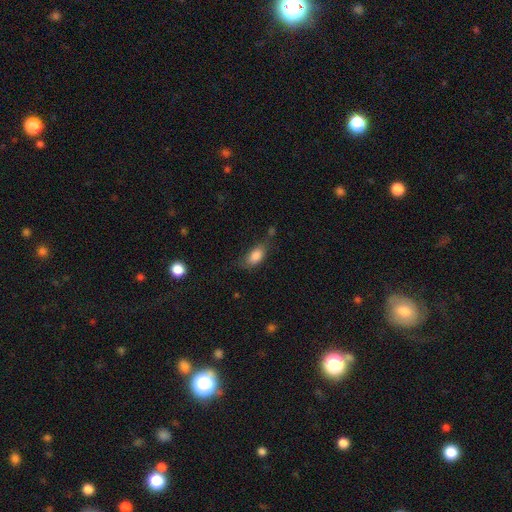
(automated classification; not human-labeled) This is clearly a smooth galaxy (83%). How rounded: clearly in between (88%). Merging: possibly none (53%).